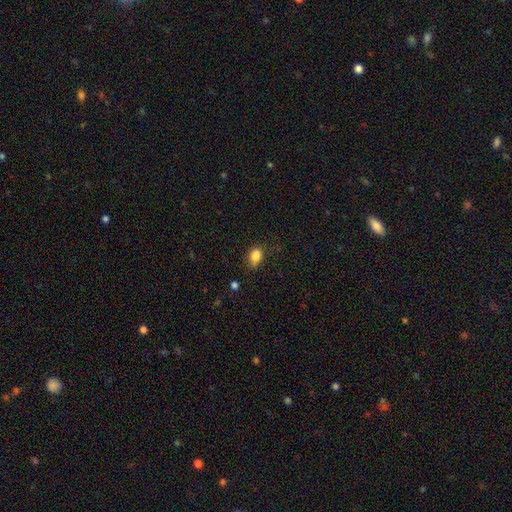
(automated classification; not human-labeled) The model was most divided on "how rounded": in between: 64%, round: 35%, cigar-shaped: 1%. More confident: smooth or featured — smooth (84%); merging — none (63%).